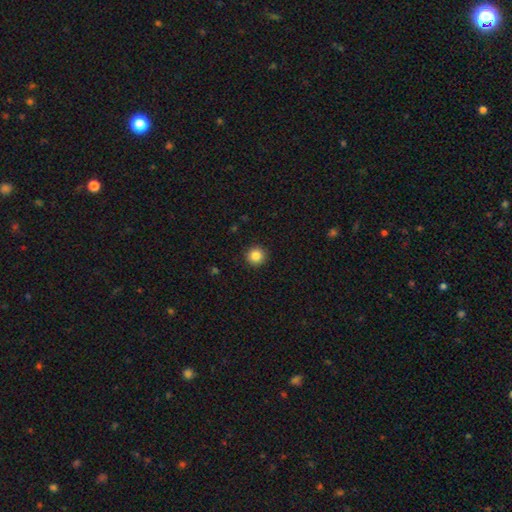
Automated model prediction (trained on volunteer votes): Overall: smooth (85%). How rounded: round (95%). Merging: none (93%).